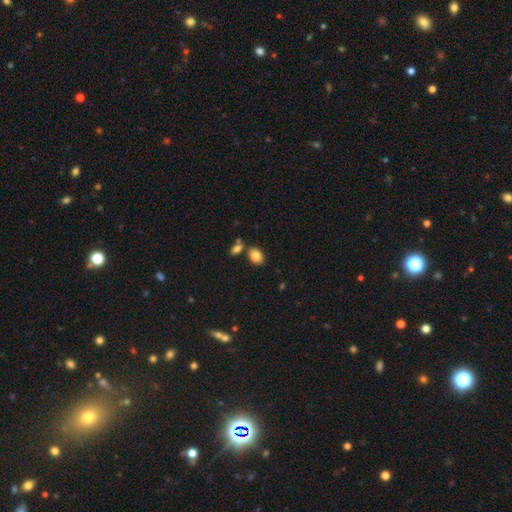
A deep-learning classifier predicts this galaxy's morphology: type=smooth (85%); roundness=in between (70%); merging=none (69%).